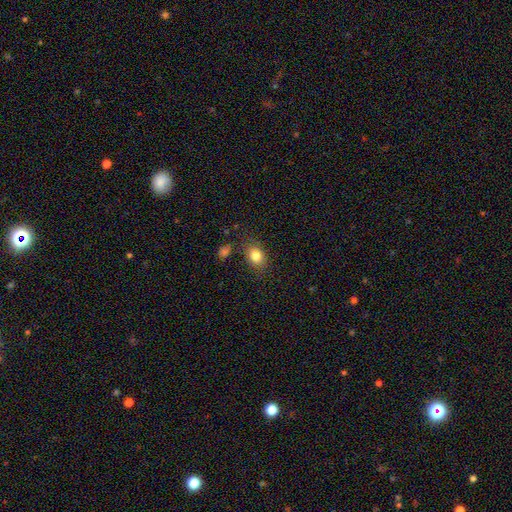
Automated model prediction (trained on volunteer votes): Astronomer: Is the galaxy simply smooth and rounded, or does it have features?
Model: smooth — 82%.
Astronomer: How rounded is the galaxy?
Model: in between — 68%.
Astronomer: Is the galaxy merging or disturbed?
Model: none — 77%.